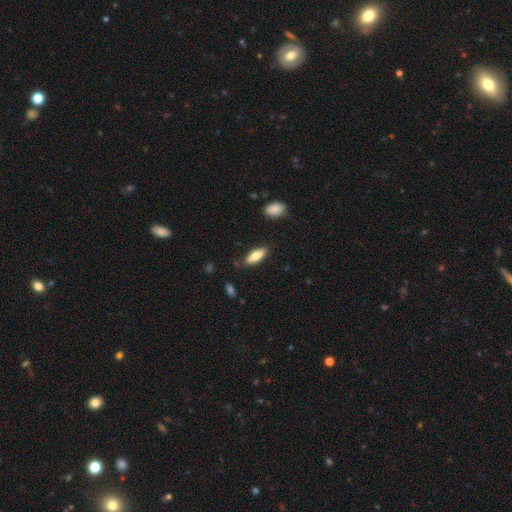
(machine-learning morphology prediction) Smooth or featured?
  - smooth: 78% *
  - featured or disk: 16%
  - star or artifact: 6%
How rounded?
  - in between: 67% *
  - cigar-shaped: 32%
  - round: 2%
Merging?
  - none: 84% *
  - minor disturbance: 12%
  - major disturbance: 2%
  - merger: 2%